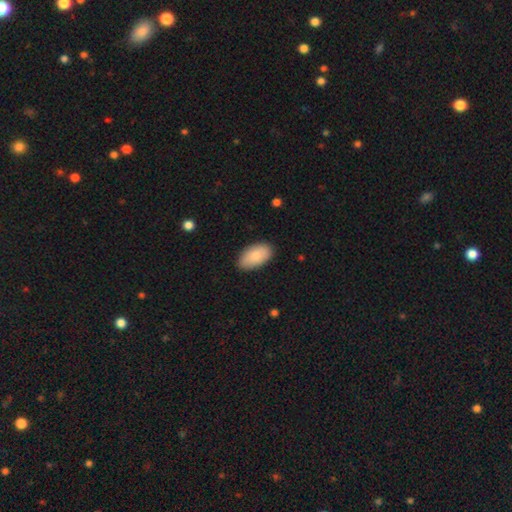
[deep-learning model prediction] Smooth or featured: smooth — 84% (featured or disk — 10%)
How rounded: in between — 95% (round — 3%)
Merging: none — 86% (minor disturbance — 11%)